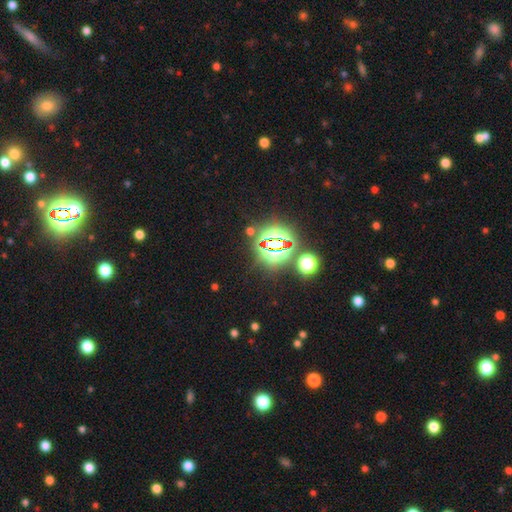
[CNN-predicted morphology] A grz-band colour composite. It shows a star or artifact, not a galaxy (82%).